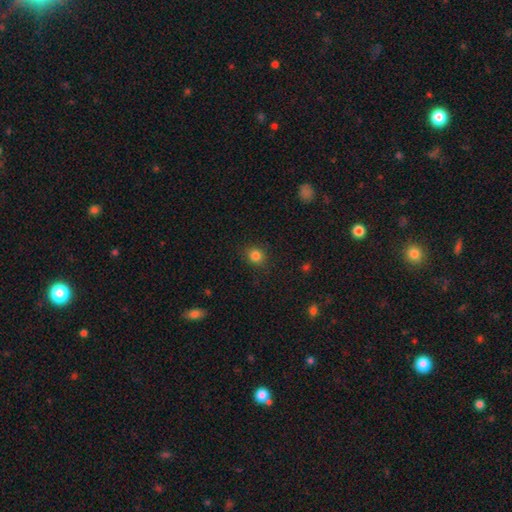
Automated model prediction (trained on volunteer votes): Smooth or featured?
  - smooth: 83% *
  - star or artifact: 12%
  - featured or disk: 5%
How rounded?
  - round: 81% *
  - in between: 18%
  - cigar-shaped: 1%
Merging?
  - none: 88% *
  - minor disturbance: 8%
  - major disturbance: 3%
  - merger: 1%